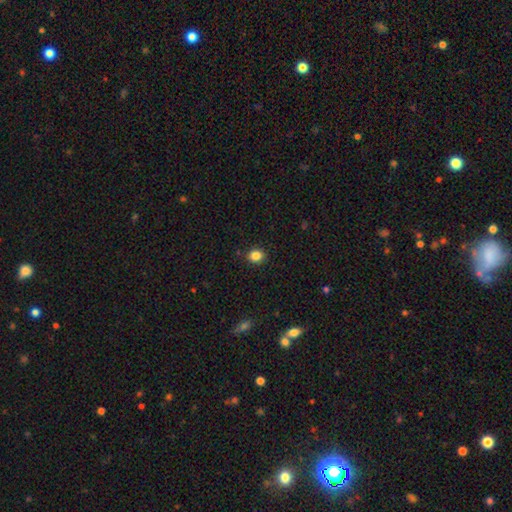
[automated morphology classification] Q: Smooth or featured?
A: smooth (84%); runner-up: star or artifact (11%)
Q: How rounded?
A: round (70%); runner-up: in between (29%)
Q: Merging?
A: none (89%); runner-up: minor disturbance (7%)